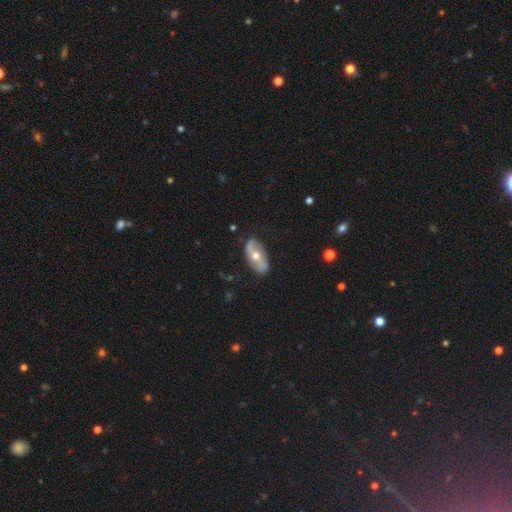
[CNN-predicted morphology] A featured or disk galaxy (60%) with no bar (53%), spiral arms (61%) and a moderate central bulge (74%). Merging: none (81%).